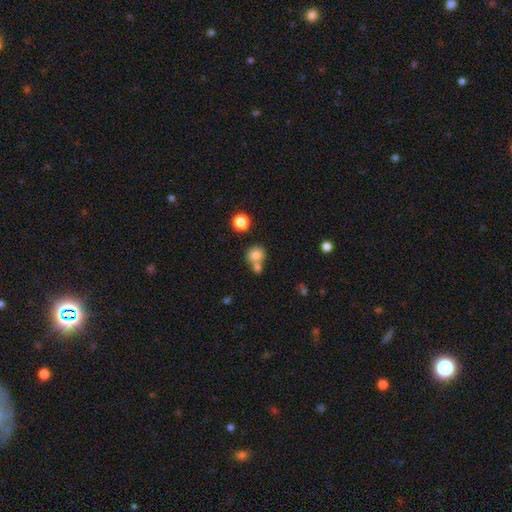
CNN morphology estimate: This is likely a smooth galaxy (78%). How rounded: clearly round (83%). Merging: possibly none (46%).